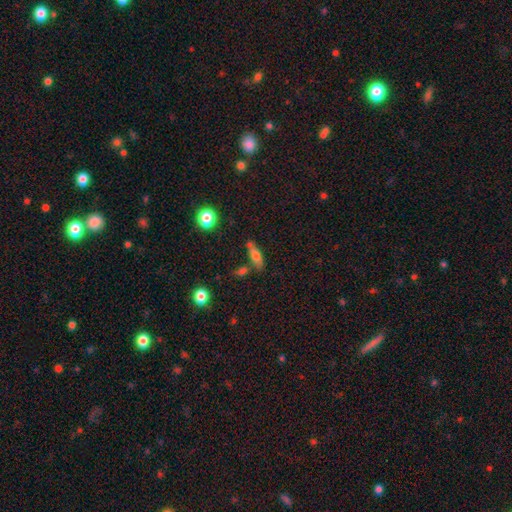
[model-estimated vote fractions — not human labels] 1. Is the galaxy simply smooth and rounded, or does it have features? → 62% smooth, 29% featured or disk, 9% star or artifact.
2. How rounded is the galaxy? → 49% cigar-shaped, 46% in between, 5% round.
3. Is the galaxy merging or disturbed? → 63% none, 17% minor disturbance, 15% merger, 5% major disturbance.